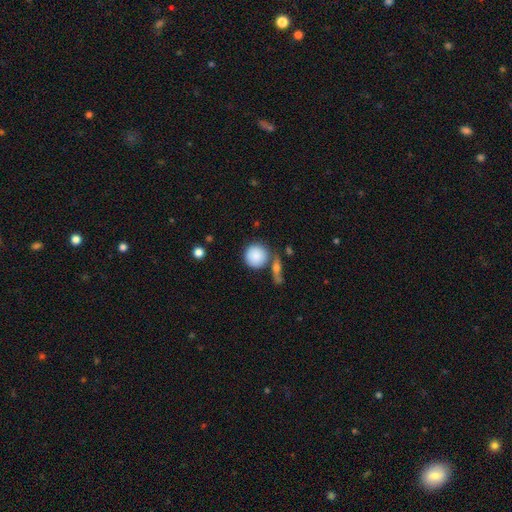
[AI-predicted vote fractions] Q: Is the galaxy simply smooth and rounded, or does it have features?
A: smooth — 86%.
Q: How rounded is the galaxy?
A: round — 92%.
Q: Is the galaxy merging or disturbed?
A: none — 69%.